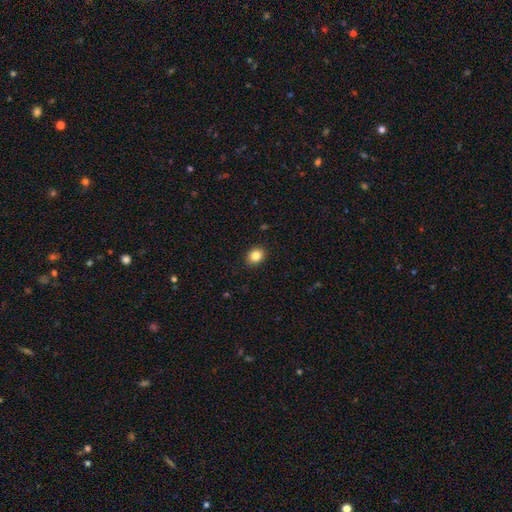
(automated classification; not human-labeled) This appears to be a smooth galaxy with no disk features (84%) that is in between round and cigar-shaped (50%). Merging: none (89%).